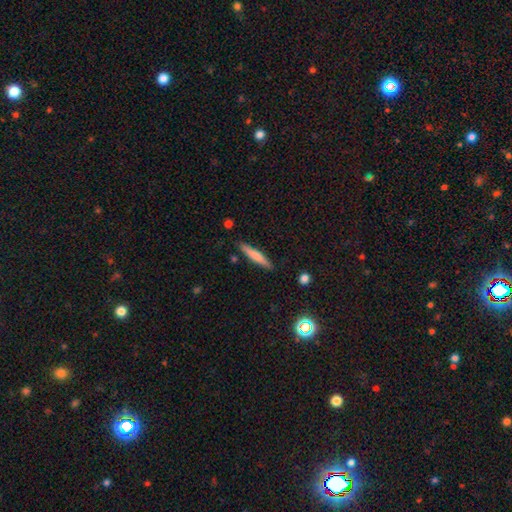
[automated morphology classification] The model was most divided on "smooth or featured": smooth: 68%, featured or disk: 26%, star or artifact: 6%. More confident: how rounded — cigar-shaped (93%); merging — none (88%).